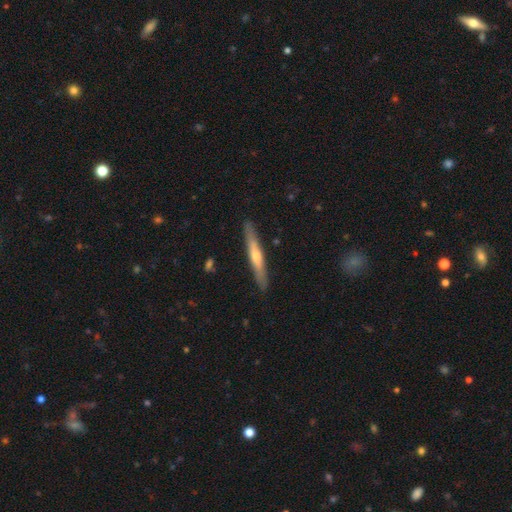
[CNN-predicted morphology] A featured or disk galaxy (54%) viewed edge-on (94%) with a rounded central bulge (70%).

Vote fractions:
- Smooth or featured? featured or disk: 54% / smooth: 40% / star or artifact: 5%
- Edge-on disk? yes: 94% / no: 6%
- Edge-on bulge? rounded: 70% / none: 24% / boxy: 6%
- Merging? none: 89% / minor disturbance: 8% / major disturbance: 2% / merger: 1%